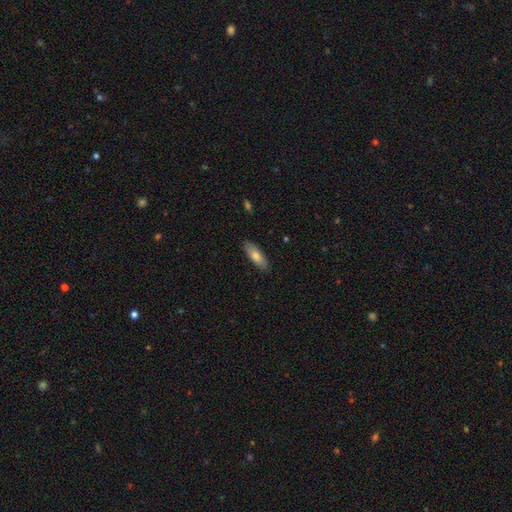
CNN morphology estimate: smooth-or-featured: smooth: 74% | featured or disk: 19% | star or artifact: 6%
  how-rounded: in between: 53% | cigar-shaped: 45% | round: 2%
  merging: none: 88% | minor disturbance: 9% | major disturbance: 2% | merger: 1%